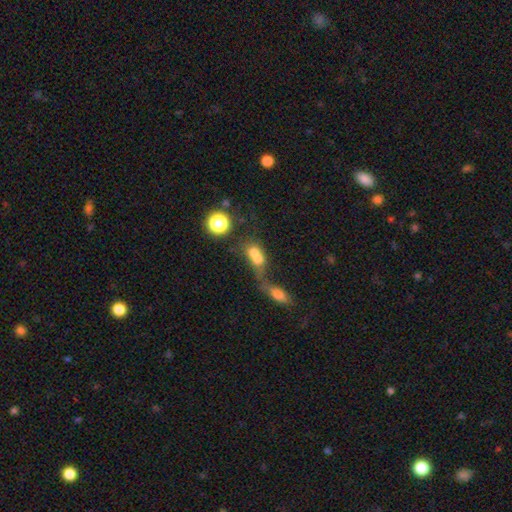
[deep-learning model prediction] smooth 66%, featured or disk 21%, star or artifact 13%. Down the decision tree: how rounded — round (50%); merging — merger (71%).